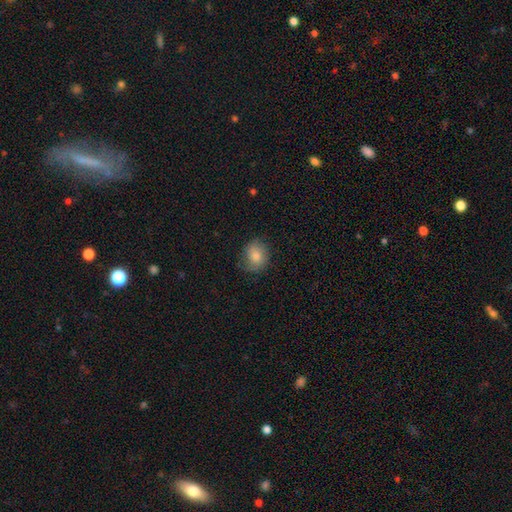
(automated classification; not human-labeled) A smooth galaxy with no disk features (78%) that is round (59%).

Vote fractions:
- Smooth or featured? smooth: 78% / featured or disk: 14% / star or artifact: 8%
- How rounded? round: 59% / in between: 40% / cigar-shaped: 1%
- Merging? none: 68% / minor disturbance: 24% / major disturbance: 7% / merger: 1%